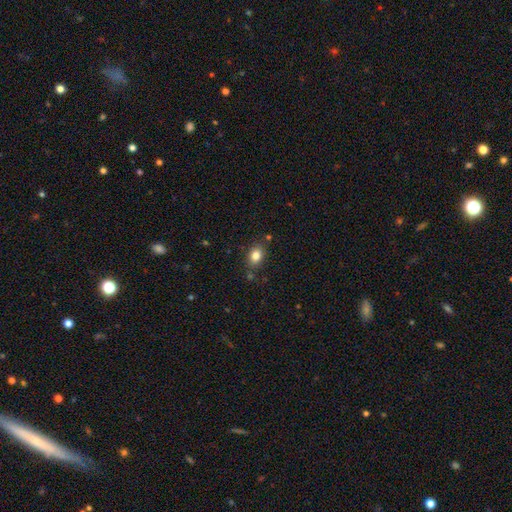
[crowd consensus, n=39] A smooth galaxy with no disk features (77%) that is in between round and cigar-shaped (63%). Merging: none (78%).